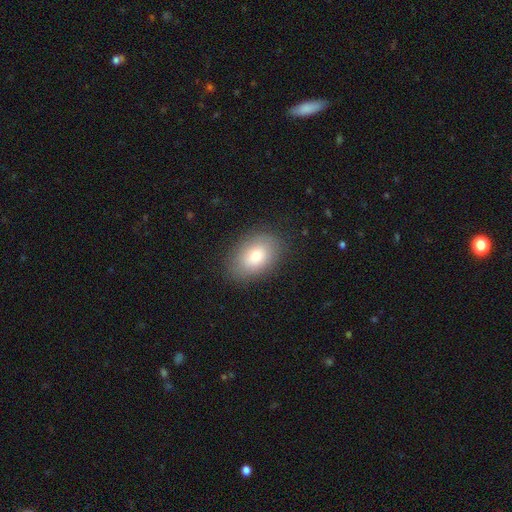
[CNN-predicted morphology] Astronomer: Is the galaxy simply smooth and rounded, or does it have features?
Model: smooth — 75%.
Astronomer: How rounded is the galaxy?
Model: in between — 81%.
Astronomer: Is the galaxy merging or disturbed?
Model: none — 85%.